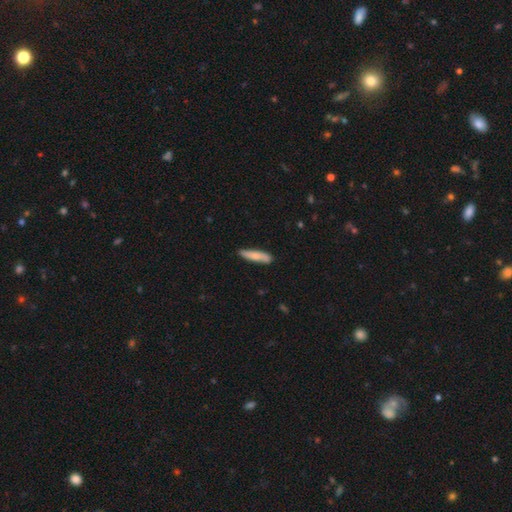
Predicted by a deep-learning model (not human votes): This is likely a smooth galaxy (73%). How rounded: likely cigar-shaped (80%). Merging: clearly none (80%).